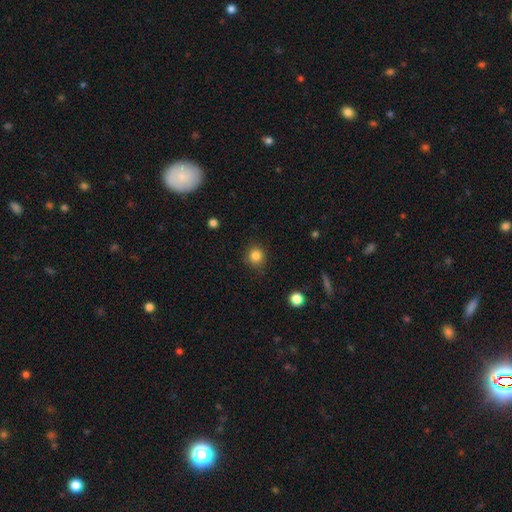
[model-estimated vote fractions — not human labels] smooth 84%, star or artifact 11%, featured or disk 5%. Down the decision tree: how rounded — round (88%); merging — none (85%).